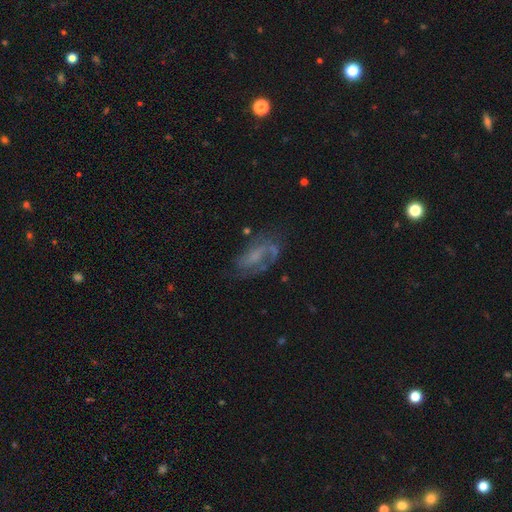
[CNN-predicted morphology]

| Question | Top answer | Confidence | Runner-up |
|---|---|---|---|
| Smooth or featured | featured or disk | 65% | smooth (25%) |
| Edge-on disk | no | 94% | yes (6%) |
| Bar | no | 54% | weak (35%) |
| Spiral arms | yes | 81% | no (19%) |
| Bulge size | none | 44% | small (29%) |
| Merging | none | 53% | minor disturbance (22%) |